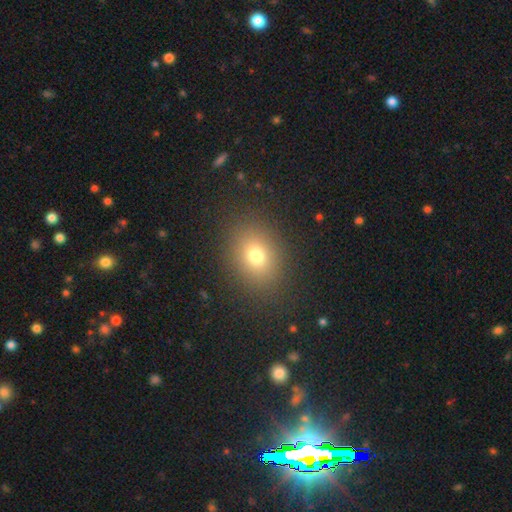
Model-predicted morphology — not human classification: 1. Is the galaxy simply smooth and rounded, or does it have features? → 73% smooth, 16% star or artifact, 11% featured or disk.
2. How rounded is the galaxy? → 53% in between, 46% round, 1% cigar-shaped.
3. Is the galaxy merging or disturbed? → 86% none, 8% minor disturbance, 4% major disturbance, 1% merger.